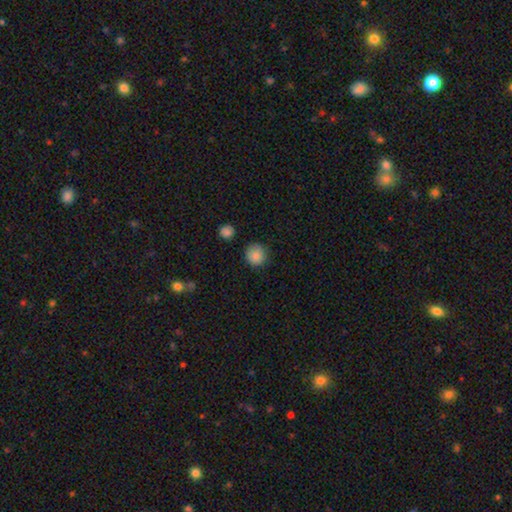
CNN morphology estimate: smooth_or_featured: smooth (p=0.86) [alt: star or artifact p=0.10]
how_rounded: round (p=0.93) [alt: in between p=0.06]
merging: none (p=0.86) [alt: minor disturbance p=0.10]